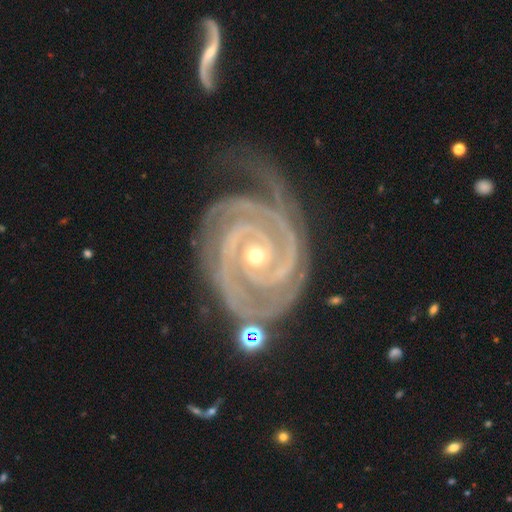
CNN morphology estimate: featured or disk 94%, star or artifact 4%, smooth 2%. Down the decision tree: edge-on disk — no (98%); bar — no (59%); spiral arms — yes (99%); spiral arm count — 2 (54%); spiral winding — tight (85%); bulge size — small (62%); merging — none (57%).